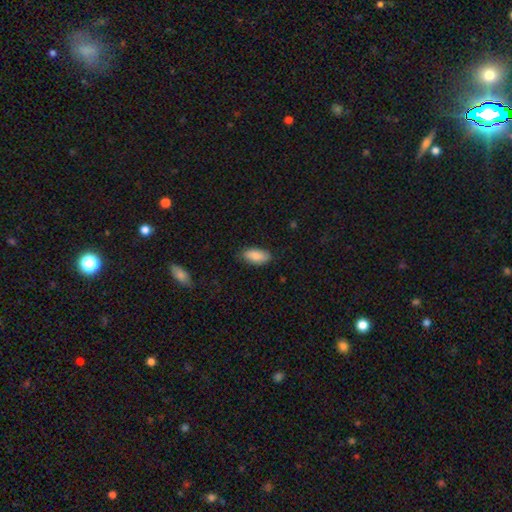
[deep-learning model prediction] Q: Smooth or featured?
A: smooth (88%); runner-up: featured or disk (6%)
Q: How rounded?
A: in between (91%); runner-up: cigar-shaped (6%)
Q: Merging?
A: none (80%); runner-up: minor disturbance (16%)